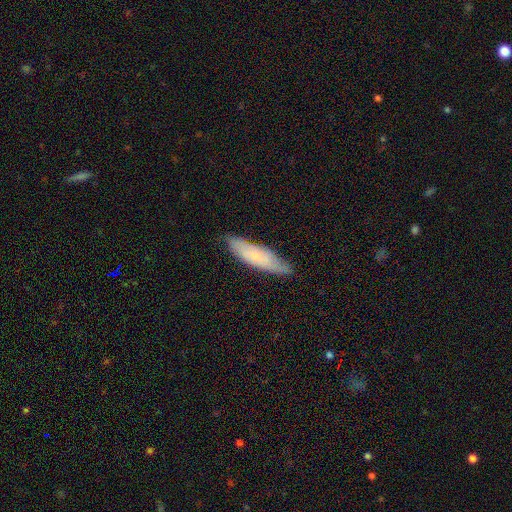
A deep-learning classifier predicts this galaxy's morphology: The model was most divided on "smooth or featured": smooth: 59%, featured or disk: 35%, star or artifact: 7%. More confident: merging — none (76%); how rounded — cigar-shaped (63%).